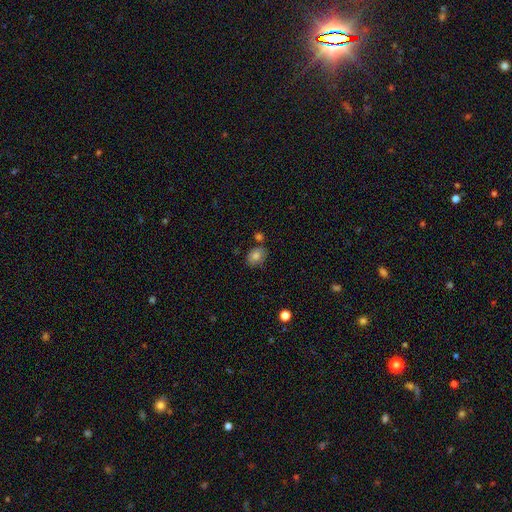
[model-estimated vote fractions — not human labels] The model was most divided on "how rounded": in between: 63%, round: 36%, cigar-shaped: 1%. More confident: smooth or featured — smooth (79%); merging — none (71%).